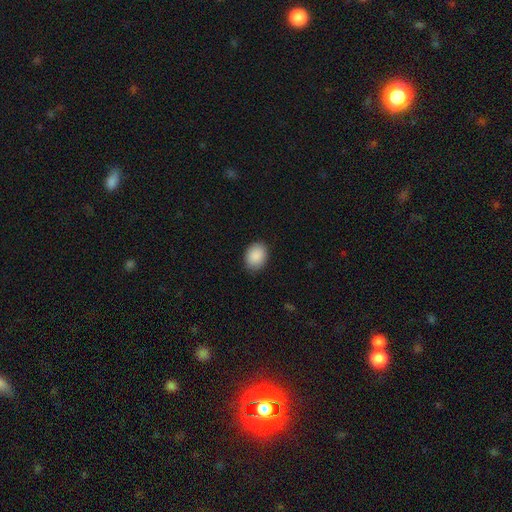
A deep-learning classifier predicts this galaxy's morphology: smooth-or-featured: smooth: 90% | star or artifact: 6% | featured or disk: 3%
  how-rounded: in between: 70% | round: 30% | cigar-shaped: 1%
  merging: none: 86% | minor disturbance: 11% | major disturbance: 2% | merger: 1%